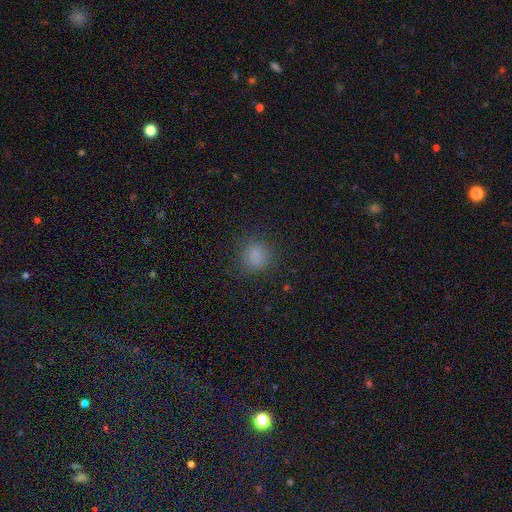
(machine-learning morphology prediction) smooth-or-featured: smooth: 82% | star or artifact: 14% | featured or disk: 4%
  how-rounded: round: 83% | in between: 16% | cigar-shaped: 1%
  merging: none: 83% | minor disturbance: 12% | major disturbance: 4% | merger: 1%